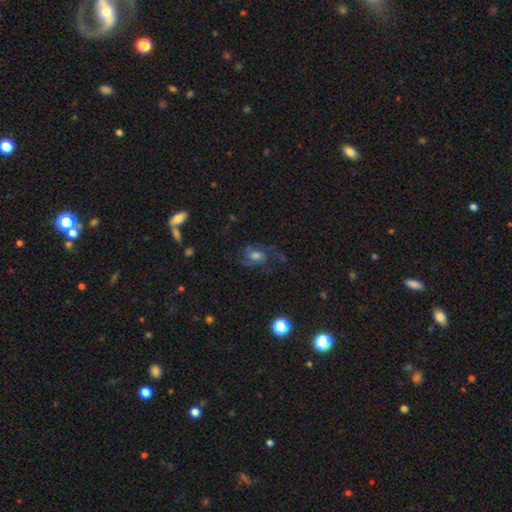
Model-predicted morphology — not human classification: Smooth or featured? Predicted: featured or disk (p=0.71). Edge-on disk? Predicted: no (p=0.96). Bar? Predicted: no (p=0.65). Spiral arms? Predicted: yes (p=0.92). Spiral winding? Predicted: medium (p=0.49). Spiral arm count? Predicted: 2 (p=0.44). Bulge size? Predicted: moderate (p=0.55). Merging? Predicted: none (p=0.57).